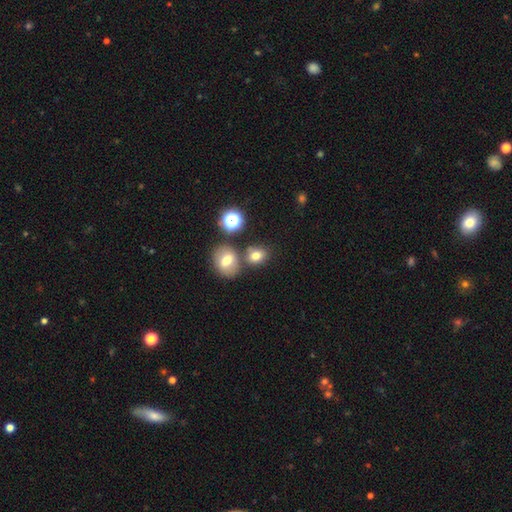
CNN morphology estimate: Overall: smooth (73%). How rounded: round (51%; in between 48%). Merging: none (63%).